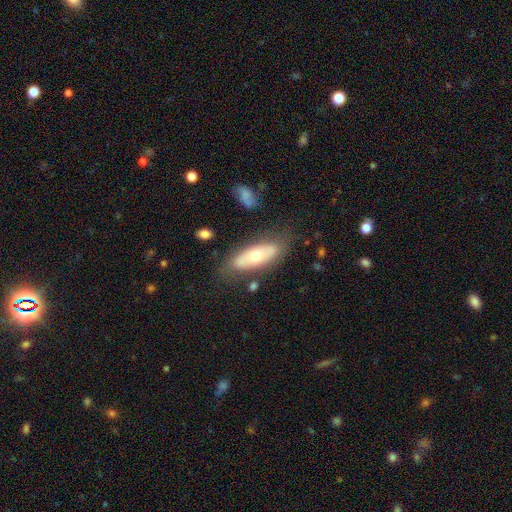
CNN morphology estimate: Smooth or featured? smooth (52%)
How rounded? in between (68%)
Merging? none (73%)